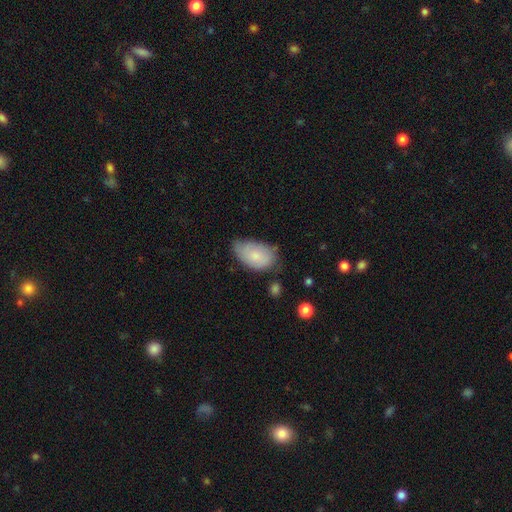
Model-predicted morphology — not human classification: Overall: smooth (77%). How rounded: in between (94%). Merging: none (49%; minor disturbance 39%).